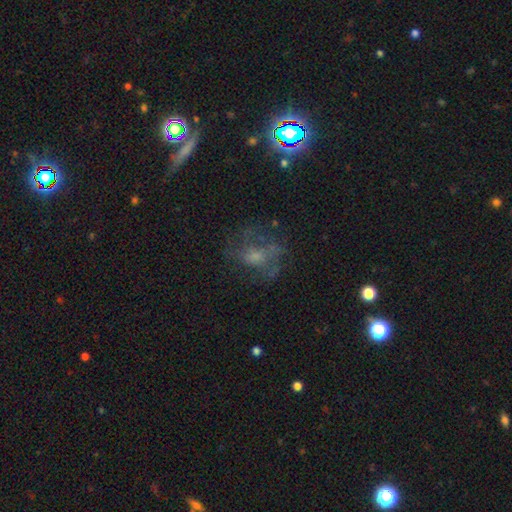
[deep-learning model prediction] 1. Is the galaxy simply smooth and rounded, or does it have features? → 47% featured or disk, 32% smooth, 22% star or artifact.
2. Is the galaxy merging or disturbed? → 49% none, 29% major disturbance, 19% minor disturbance, 3% merger.